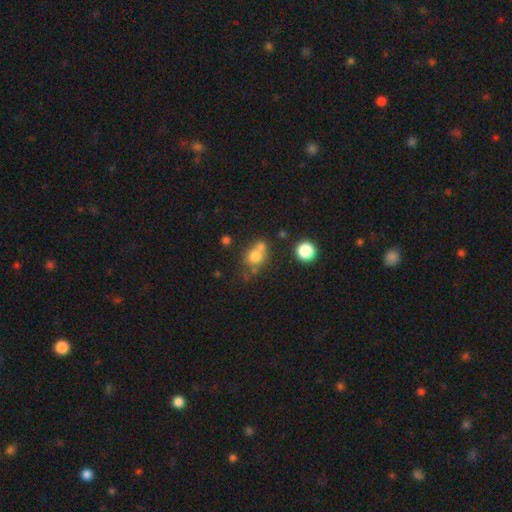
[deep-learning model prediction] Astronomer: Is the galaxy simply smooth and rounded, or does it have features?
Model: smooth — 73%.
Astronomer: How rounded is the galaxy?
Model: round — 73%.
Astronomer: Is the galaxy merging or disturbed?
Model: none — 46% (runner-up: merger, 38%).